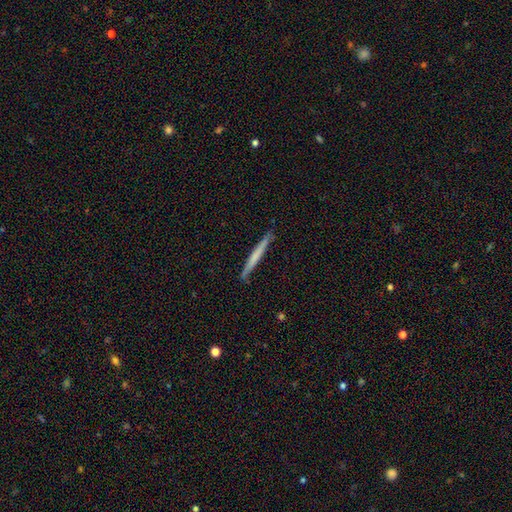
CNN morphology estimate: smooth-or-featured: smooth: 54% | featured or disk: 40% | star or artifact: 5%
  how-rounded: cigar-shaped: 97% | in between: 2% | round: 1%
  merging: none: 87% | minor disturbance: 10% | major disturbance: 2% | merger: 1%